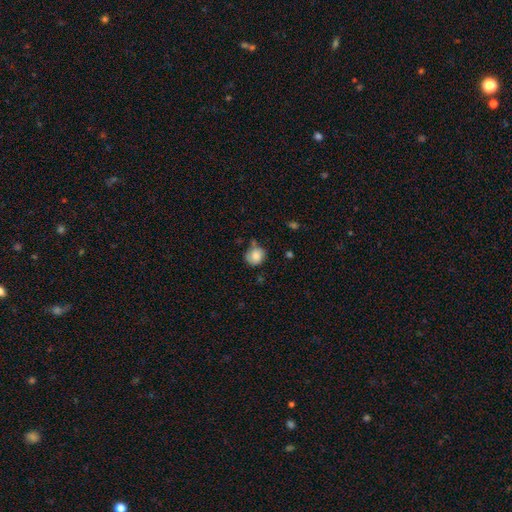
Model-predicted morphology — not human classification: smooth_or_featured: smooth (p=0.80) [alt: featured or disk p=0.12]
how_rounded: round (p=0.75) [alt: in between p=0.24]
merging: none (p=0.58) [alt: minor disturbance p=0.27]